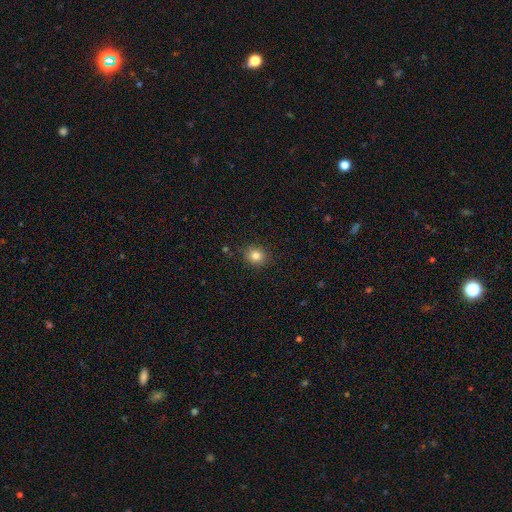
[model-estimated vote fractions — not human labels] The model was most divided on "how rounded": round: 73%, in between: 26%, cigar-shaped: 1%. More confident: merging — none (88%); smooth or featured — smooth (82%).